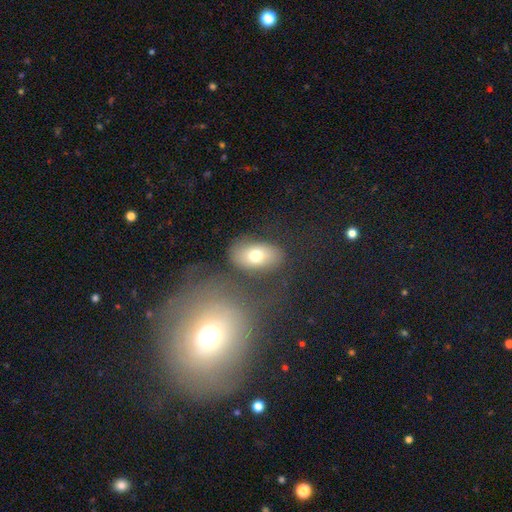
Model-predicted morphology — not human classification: The model was most divided on "smooth or featured": smooth: 70%, featured or disk: 20%, star or artifact: 10%. More confident: how rounded — in between (84%); merging — none (74%).